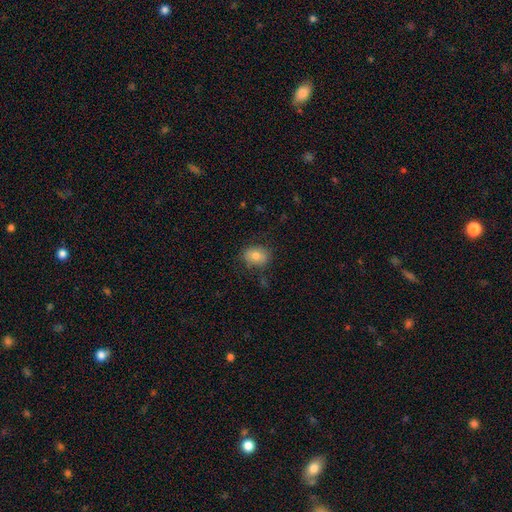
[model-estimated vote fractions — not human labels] This appears to be a smooth galaxy with no disk features (77%) that is in between round and cigar-shaped (57%). Merging: none (77%).